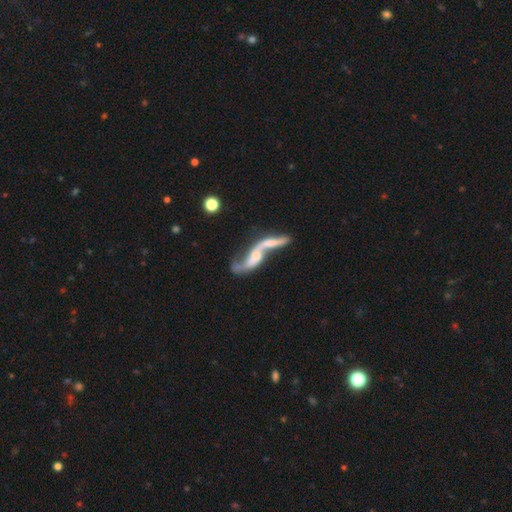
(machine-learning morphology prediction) Smooth or featured? featured or disk (78%)
Edge-on disk? no (83%)
Bar? no (55%)
Spiral arms? yes (84%)
Spiral winding? loose (89%)
Spiral arm count? 2 (86%)
Bulge size? small (39%)
Merging? merger (47%)